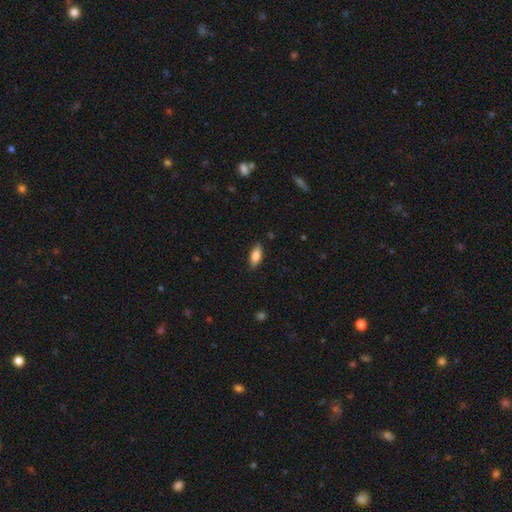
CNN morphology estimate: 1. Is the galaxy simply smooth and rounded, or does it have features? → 80% smooth, 13% featured or disk, 7% star or artifact.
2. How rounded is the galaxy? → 77% in between, 20% cigar-shaped, 2% round.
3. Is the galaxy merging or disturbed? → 86% none, 11% minor disturbance, 2% major disturbance, 1% merger.